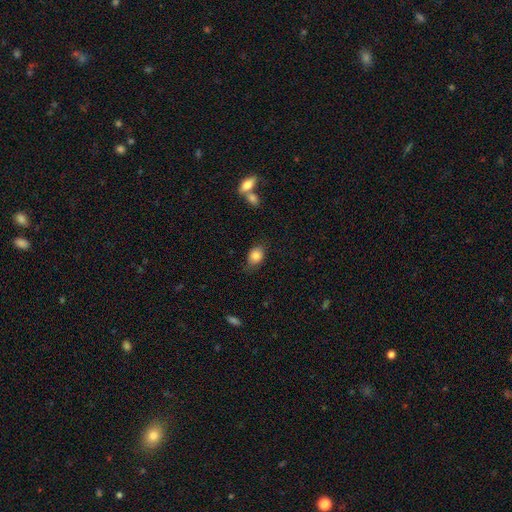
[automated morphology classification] Overall: smooth (84%). How rounded: in between (79%). Merging: none (70%).